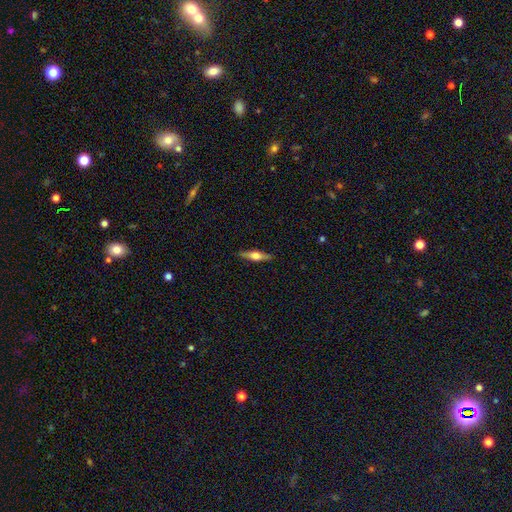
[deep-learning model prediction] Smooth or featured?
  - featured or disk: 61% *
  - smooth: 33%
  - star or artifact: 6%
Edge-on disk?
  - yes: 96% *
  - no: 4%
Edge-on bulge?
  - rounded: 92% *
  - boxy: 5%
  - none: 2%
Merging?
  - none: 89% *
  - minor disturbance: 8%
  - major disturbance: 2%
  - merger: 1%